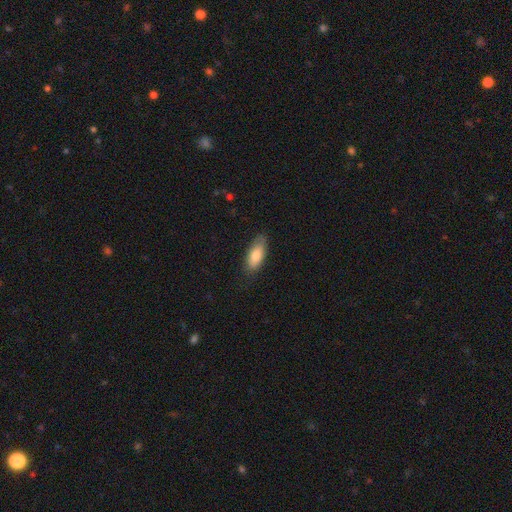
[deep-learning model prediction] A smooth galaxy with no disk features (79%) that is in between round and cigar-shaped (80%). Merging: none (79%).